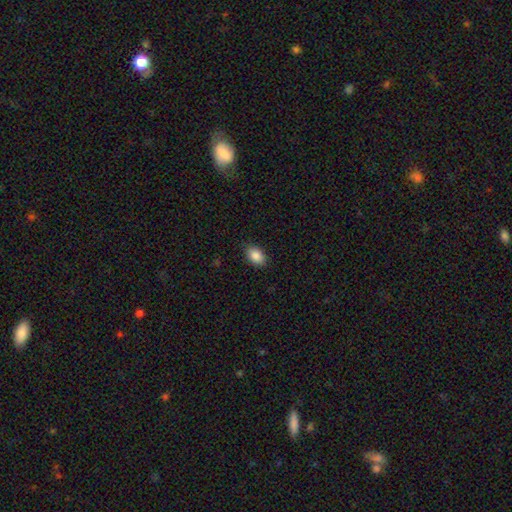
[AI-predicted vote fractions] The model was most divided on "how rounded": in between: 88%, round: 11%, cigar-shaped: 1%. More confident: merging — none (88%); smooth or featured — smooth (88%).